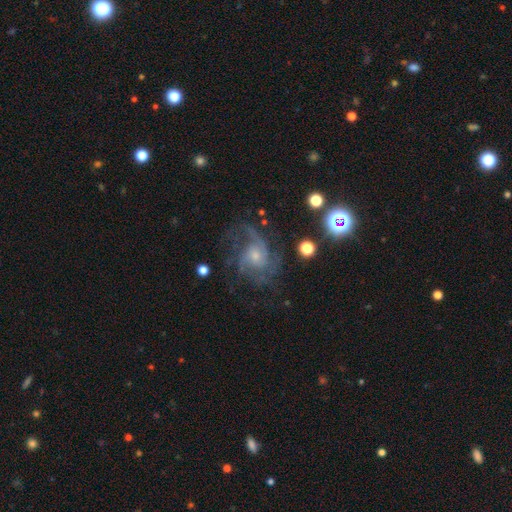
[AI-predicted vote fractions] Smooth or featured? Predicted: featured or disk (p=0.82). Edge-on disk? Predicted: no (p=0.98). Bar? Predicted: no (p=0.73). Spiral arms? Predicted: yes (p=0.94). Spiral winding? Predicted: medium (p=0.49). Spiral arm count? Predicted: 3 (p=0.28). Bulge size? Predicted: small (p=0.56). Merging? Predicted: none (p=0.57).